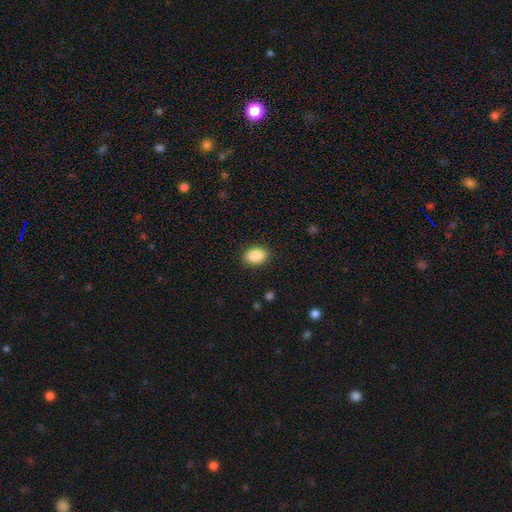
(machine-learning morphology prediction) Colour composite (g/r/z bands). It shows a smooth galaxy with no disk features (89%) that is in between round and cigar-shaped (85%). Merging: none (88%).